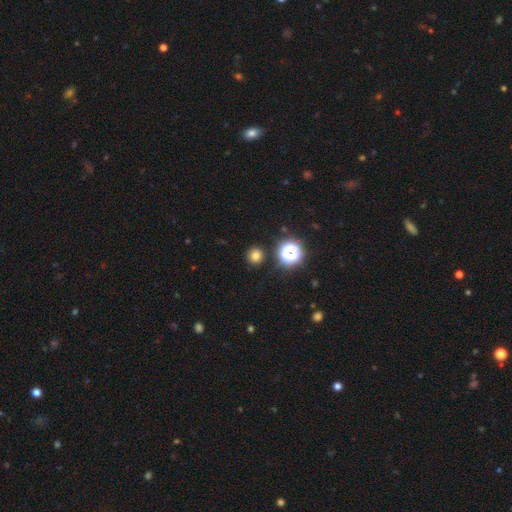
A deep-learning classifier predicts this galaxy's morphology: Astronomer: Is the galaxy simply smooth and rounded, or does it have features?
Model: smooth — 75%.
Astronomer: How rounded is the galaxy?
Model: round — 93%.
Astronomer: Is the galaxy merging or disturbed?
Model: none — 89%.